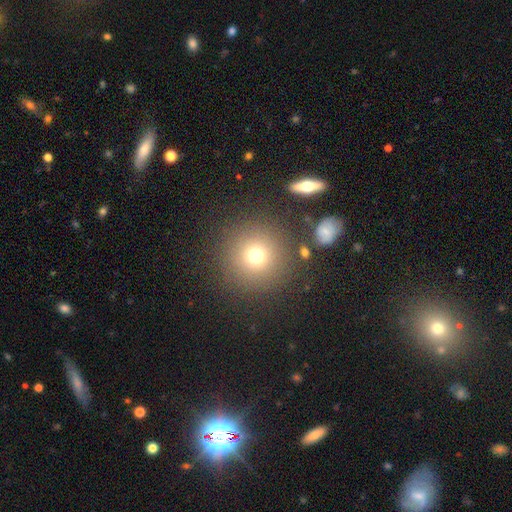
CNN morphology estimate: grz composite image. It shows a smooth galaxy with no disk features (72%) that is round (95%). Merging: none (85%).